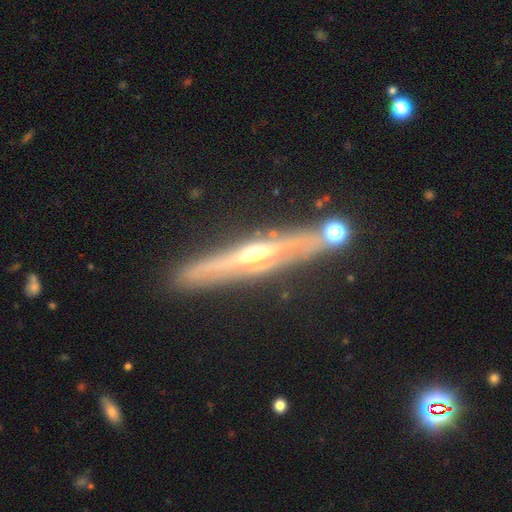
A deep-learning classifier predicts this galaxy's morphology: smooth-or-featured: featured or disk: 80% | smooth: 12% | star or artifact: 8%
  disk-edge-on: yes: 89% | no: 11%
    edge-on-bulge: rounded: 84% | none: 10% | boxy: 6%
  merging: none: 80% | minor disturbance: 12% | merger: 5% | major disturbance: 3%